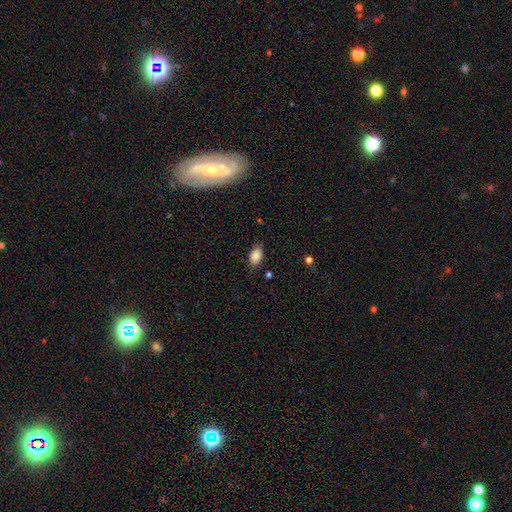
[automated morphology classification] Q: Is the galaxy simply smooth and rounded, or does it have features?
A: smooth — 86%.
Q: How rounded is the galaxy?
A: in between — 90%.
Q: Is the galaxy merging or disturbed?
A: none — 78%.